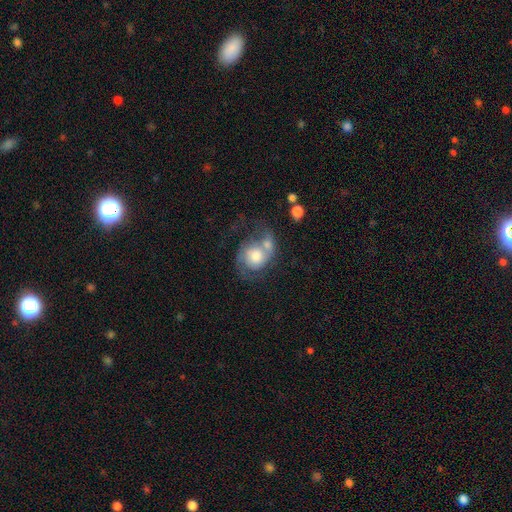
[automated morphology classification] This is likely a featured or disk galaxy (63%). It is clearly not viewed edge-on (98%). Bar: likely no (76%). Spiral arm pattern: clearly yes (83%). Spiral arm count: likely 2 (78%). Spiral winding: marginally medium (45%). Central bulge: possibly moderate (51%). Merging: marginally merger (36%).